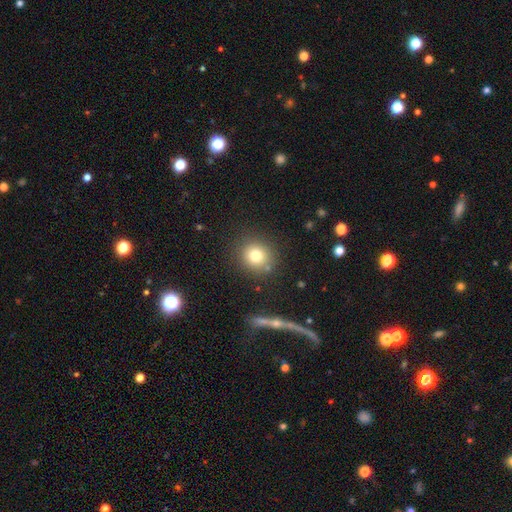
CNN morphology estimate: smooth_or_featured: smooth (p=0.77) [alt: star or artifact p=0.13]
how_rounded: round (p=0.89) [alt: in between p=0.10]
merging: none (p=0.84) [alt: minor disturbance p=0.09]